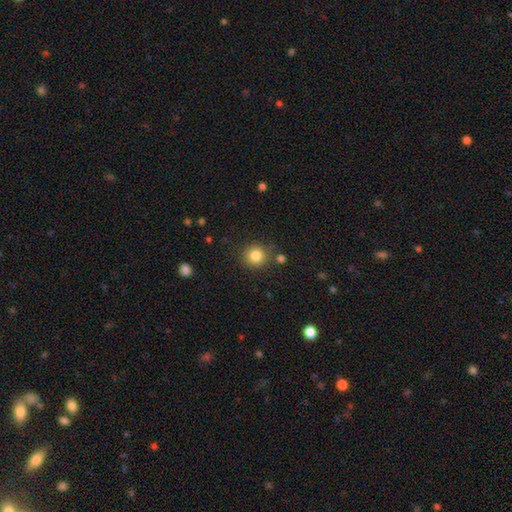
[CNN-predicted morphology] This appears to be a smooth galaxy with no disk features (83%) that is round (91%). Merging: none (83%).